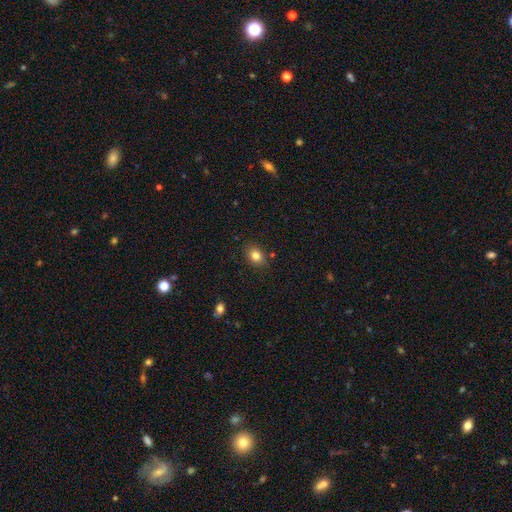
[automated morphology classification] Smooth or featured?
  - smooth: 82% *
  - star or artifact: 11%
  - featured or disk: 8%
How rounded?
  - in between: 61% *
  - round: 38%
  - cigar-shaped: 1%
Merging?
  - none: 82% *
  - minor disturbance: 13%
  - major disturbance: 3%
  - merger: 3%